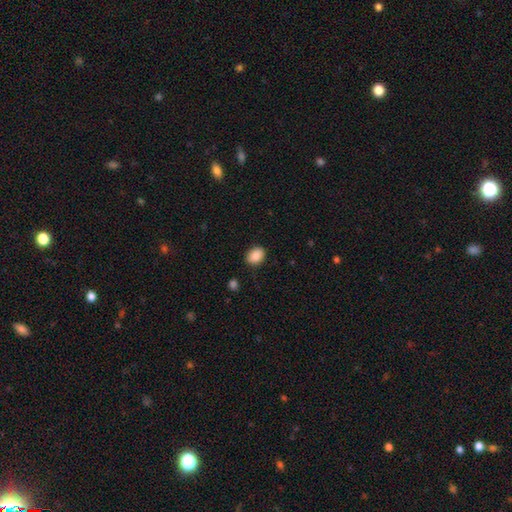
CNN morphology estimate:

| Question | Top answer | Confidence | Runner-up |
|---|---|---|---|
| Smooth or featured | smooth | 88% | star or artifact (8%) |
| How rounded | in between | 58% | round (41%) |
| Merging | none | 86% | minor disturbance (11%) |